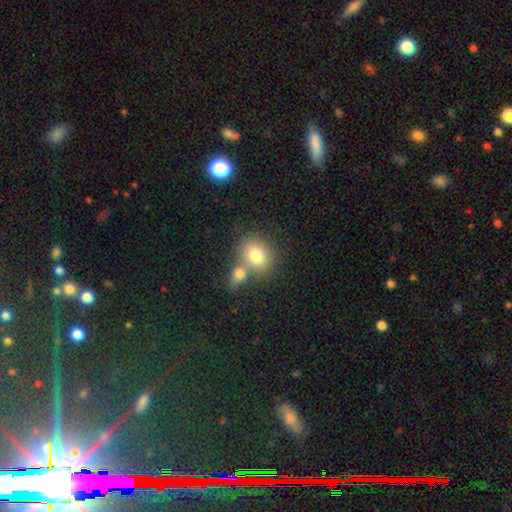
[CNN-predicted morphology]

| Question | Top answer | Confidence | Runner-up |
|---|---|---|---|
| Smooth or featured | smooth | 78% | featured or disk (13%) |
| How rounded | round | 59% | in between (40%) |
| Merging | none | 44% | tied: merger (44%) |